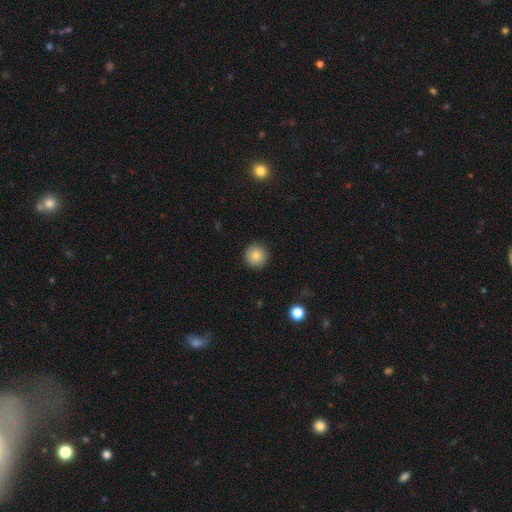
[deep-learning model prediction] Smooth or featured: smooth — 84% (star or artifact — 9%)
How rounded: round — 94% (in between — 5%)
Merging: none — 91% (minor disturbance — 7%)